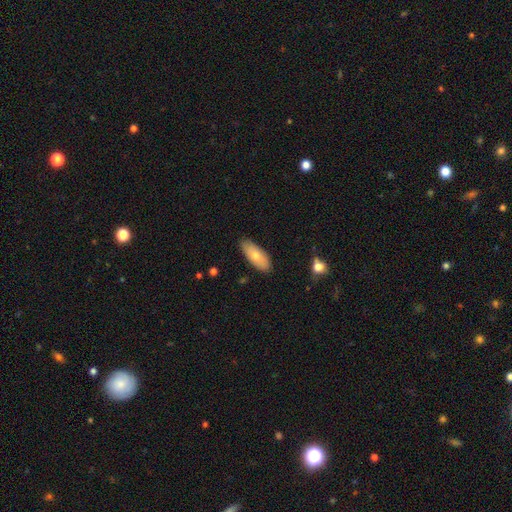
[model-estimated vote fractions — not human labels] Morphology: type=smooth (72%); roundness=in between (81%); merging=none (85%).